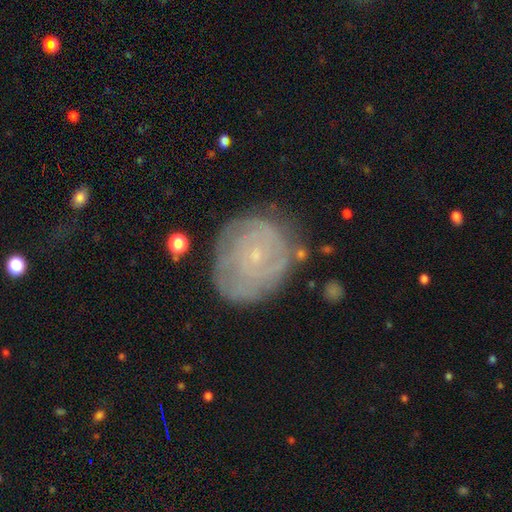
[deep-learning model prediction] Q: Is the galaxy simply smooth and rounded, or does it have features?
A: featured or disk — 72%.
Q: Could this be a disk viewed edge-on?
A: no — 97%.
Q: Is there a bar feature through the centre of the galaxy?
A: no — 80%.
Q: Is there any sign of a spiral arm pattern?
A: yes — 85%.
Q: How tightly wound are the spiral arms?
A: tight — 79%.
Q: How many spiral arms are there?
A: can't tell — 48%.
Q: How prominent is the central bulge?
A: small — 88%.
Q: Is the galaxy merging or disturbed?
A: none — 75%.